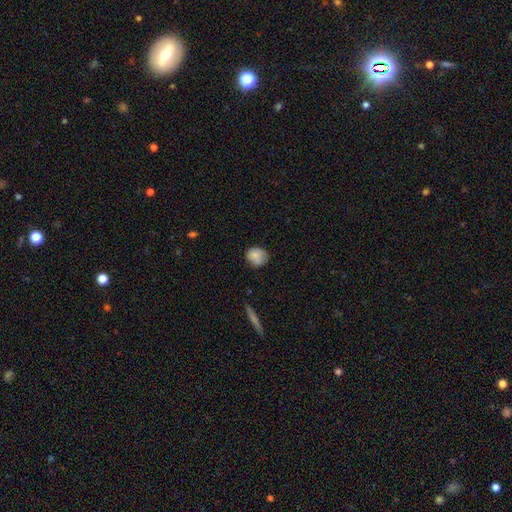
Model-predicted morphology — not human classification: A smooth galaxy with no disk features (80%) that is round (73%).

Vote fractions:
- Smooth or featured? smooth: 80% / featured or disk: 12% / star or artifact: 8%
- How rounded? round: 73% / in between: 26% / cigar-shaped: 1%
- Merging? none: 67% / minor disturbance: 26% / major disturbance: 5% / merger: 3%